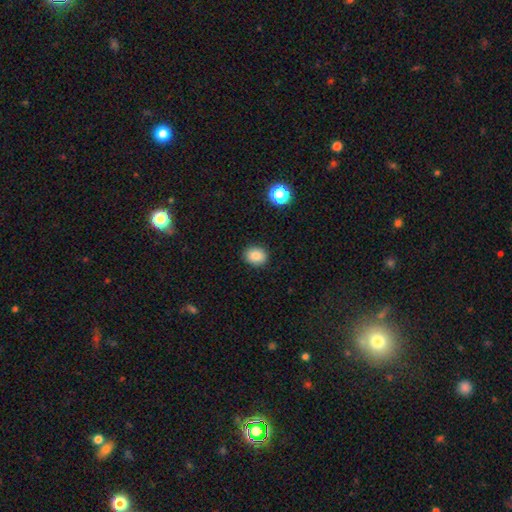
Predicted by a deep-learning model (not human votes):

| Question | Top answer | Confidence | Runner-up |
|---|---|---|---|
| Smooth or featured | smooth | 85% | star or artifact (10%) |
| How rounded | round | 58% | in between (41%) |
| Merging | none | 89% | minor disturbance (7%) |